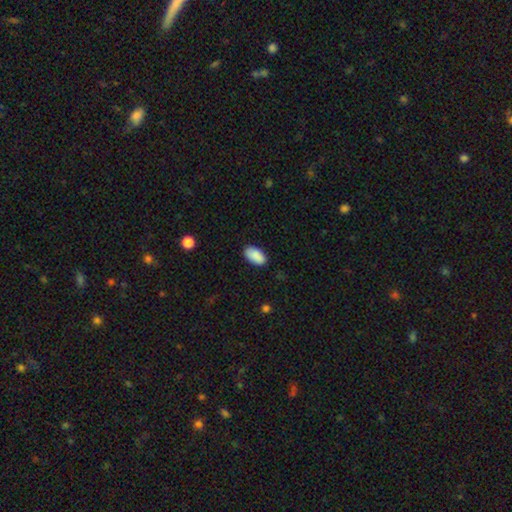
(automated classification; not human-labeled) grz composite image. It shows a smooth galaxy with no disk features (90%) that is in between round and cigar-shaped (95%). Merging: none (86%).